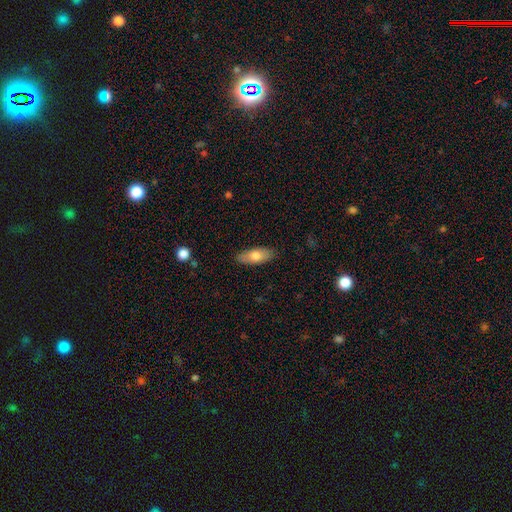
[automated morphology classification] A smooth galaxy with no disk features (74%) that is in between round and cigar-shaped (76%).

Vote fractions:
- Smooth or featured? smooth: 74% / featured or disk: 20% / star or artifact: 6%
- How rounded? in between: 76% / cigar-shaped: 21% / round: 3%
- Merging? none: 87% / minor disturbance: 10% / major disturbance: 2% / merger: 1%